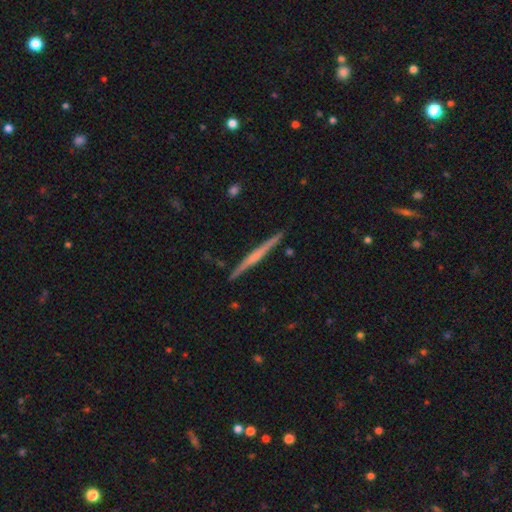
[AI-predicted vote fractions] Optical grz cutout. It shows a featured or disk galaxy (66%) viewed edge-on (98%) with no central bulge (57%). Merging: none (91%).